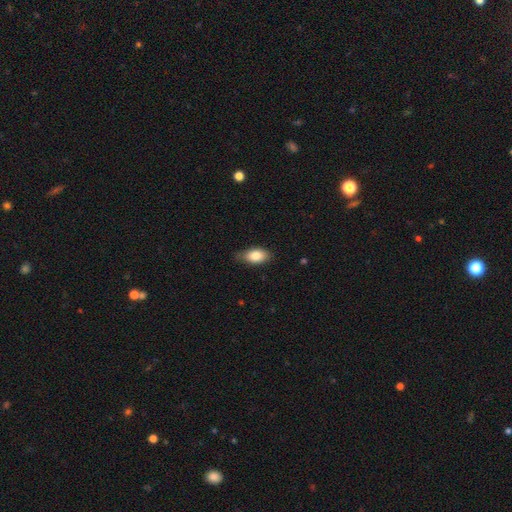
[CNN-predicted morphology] The model was most divided on "merging": none: 72%, minor disturbance: 23%, major disturbance: 4%, merger: 1%. More confident: how rounded — in between (90%); smooth or featured — smooth (83%).